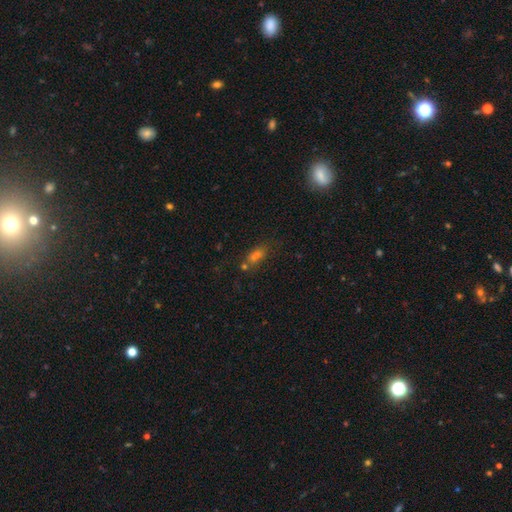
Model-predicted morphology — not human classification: A smooth galaxy with no disk features (57%) that is in between round and cigar-shaped (64%).

Vote fractions:
- Smooth or featured? smooth: 57% / star or artifact: 29% / featured or disk: 14%
- How rounded? in between: 64% / cigar-shaped: 25% / round: 11%
- Merging? none: 57% / merger: 18% / minor disturbance: 16% / major disturbance: 9%